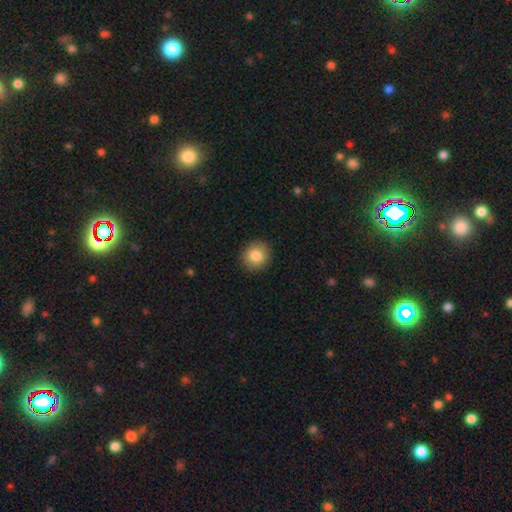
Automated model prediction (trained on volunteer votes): Smooth or featured? Predicted: smooth (p=0.84). How rounded? Predicted: round (p=0.83). Merging? Predicted: none (p=0.90).